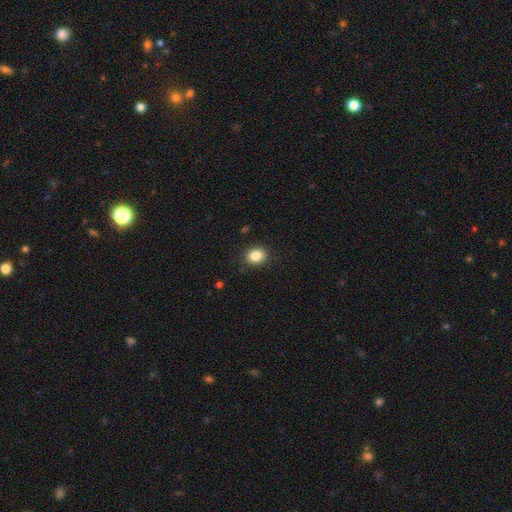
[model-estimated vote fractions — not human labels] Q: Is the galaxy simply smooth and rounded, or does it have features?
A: smooth — 85%.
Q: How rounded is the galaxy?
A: round — 59%.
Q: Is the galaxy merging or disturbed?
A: none — 89%.